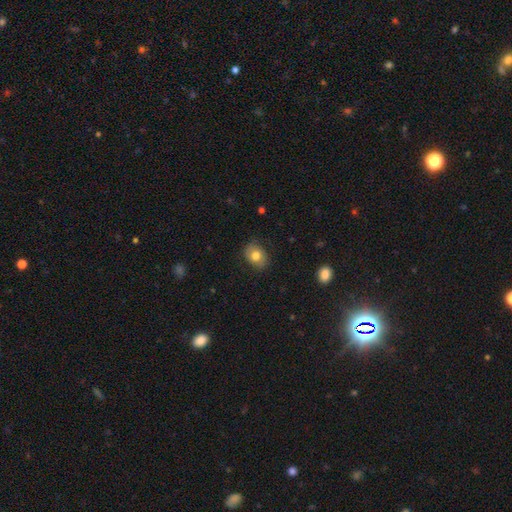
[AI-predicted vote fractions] Smooth or featured? Predicted: smooth (p=0.73). How rounded? Predicted: in between (p=0.62). Merging? Predicted: none (p=0.79).